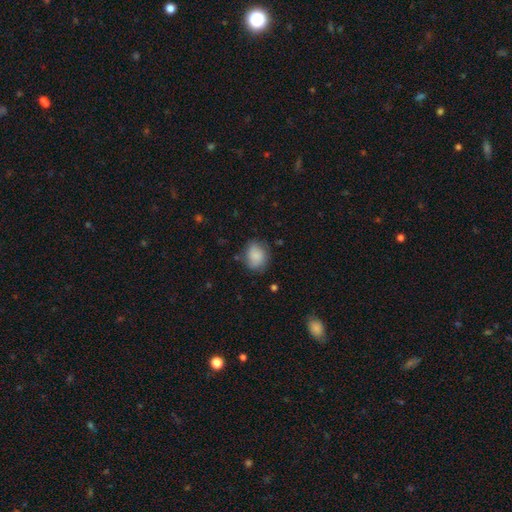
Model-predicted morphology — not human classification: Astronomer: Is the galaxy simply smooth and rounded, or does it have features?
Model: smooth — 84%.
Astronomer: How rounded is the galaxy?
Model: round — 54% (runner-up: in between, 45%).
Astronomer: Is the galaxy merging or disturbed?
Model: none — 71%.